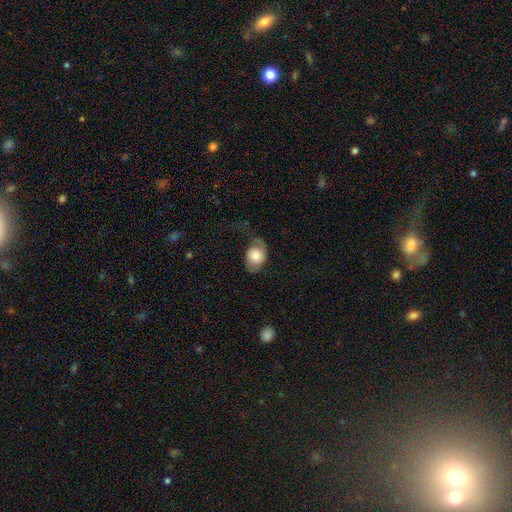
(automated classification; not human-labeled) The model was most divided on "merging": major disturbance: 38%, none: 32%, minor disturbance: 28%, merger: 2%. More confident: smooth or featured — smooth (61%); how rounded — in between (59%).